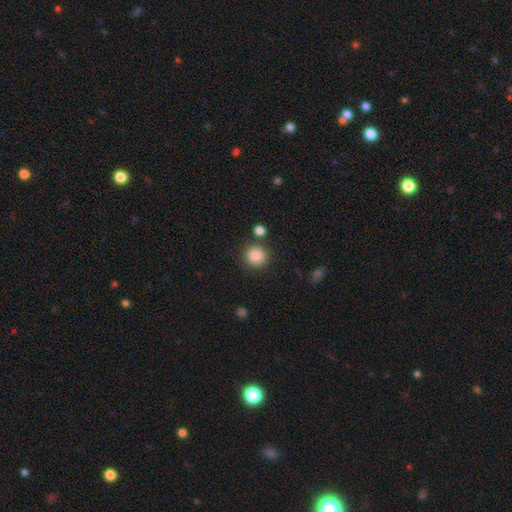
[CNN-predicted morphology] A smooth galaxy with no disk features (87%) that is round (91%).

Vote fractions:
- Smooth or featured? smooth: 87% / star or artifact: 9% / featured or disk: 4%
- How rounded? round: 91% / in between: 8% / cigar-shaped: 1%
- Merging? none: 83% / minor disturbance: 8% / merger: 6% / major disturbance: 3%